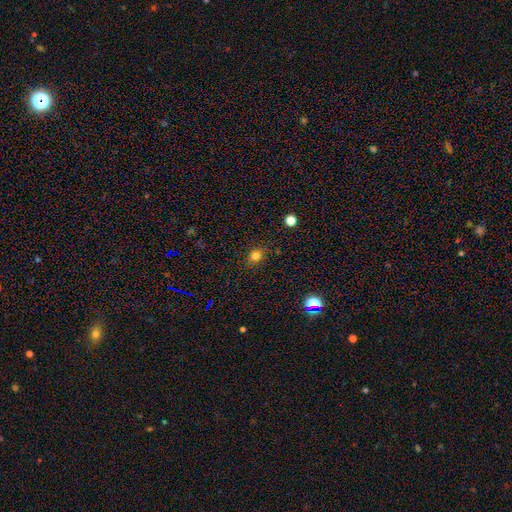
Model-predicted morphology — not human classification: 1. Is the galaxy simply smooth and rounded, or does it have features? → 80% smooth, 15% star or artifact, 5% featured or disk.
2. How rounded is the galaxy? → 63% round, 36% in between, 1% cigar-shaped.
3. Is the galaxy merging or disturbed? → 84% none, 11% minor disturbance, 3% major disturbance, 1% merger.